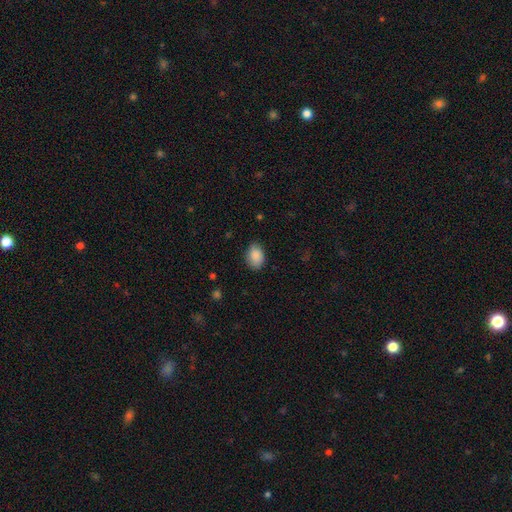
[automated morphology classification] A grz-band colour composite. It shows a smooth galaxy with no disk features (88%) that is in between round and cigar-shaped (80%). Merging: none (80%).